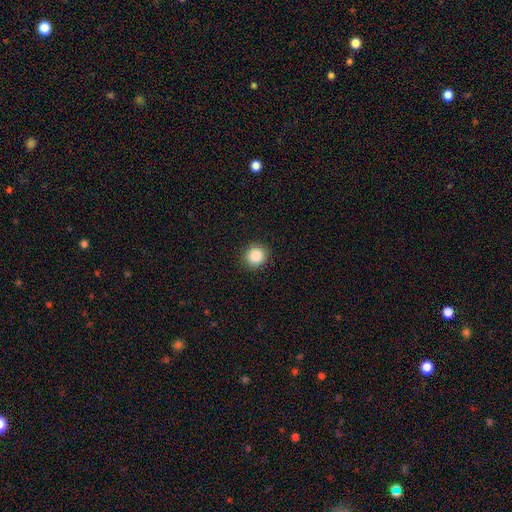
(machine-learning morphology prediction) This appears to be a smooth galaxy with no disk features (87%) that is round (90%). Merging: none (91%).